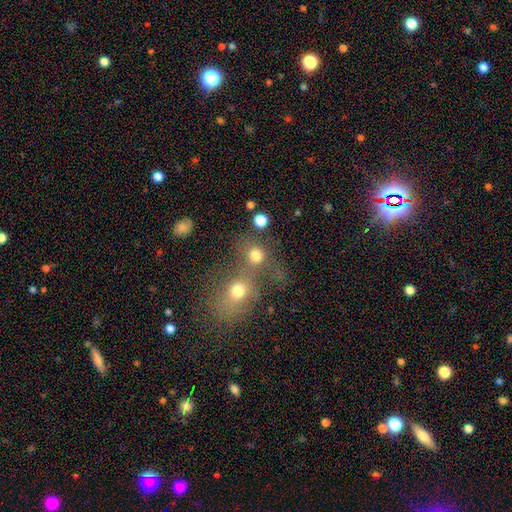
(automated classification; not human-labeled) Morphology: type=smooth (74%); roundness=round (80%); merging=merger (58%).